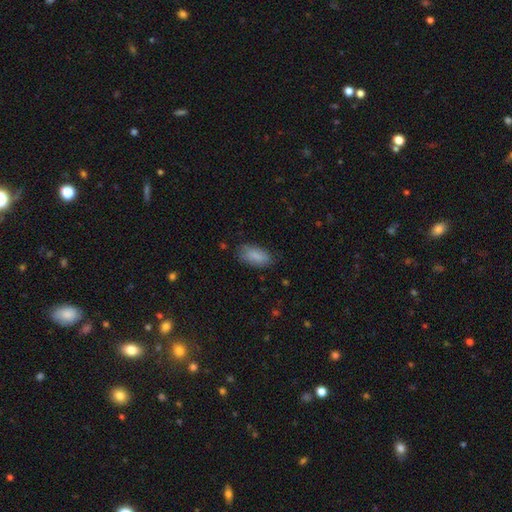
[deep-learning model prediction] This is clearly a smooth galaxy (85%). How rounded: clearly in between (91%). Merging: likely none (74%).